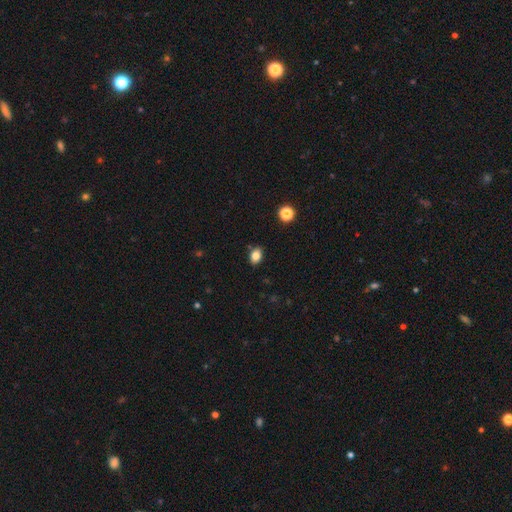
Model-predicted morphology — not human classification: This appears to be a smooth galaxy with no disk features (83%) that is in between round and cigar-shaped (76%). Merging: none (85%).